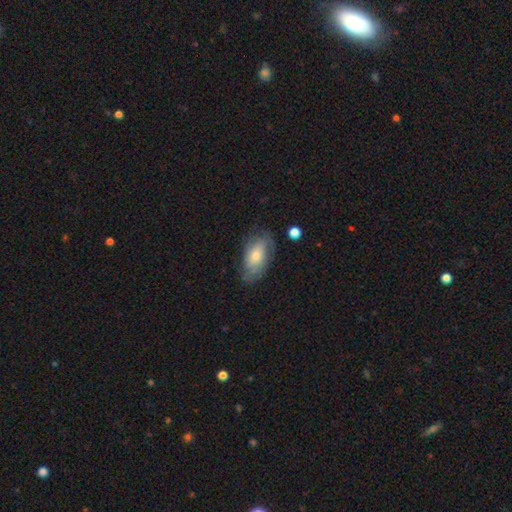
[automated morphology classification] A smooth galaxy with no disk features (55%) that is in between round and cigar-shaped (90%). Merging: none (66%).